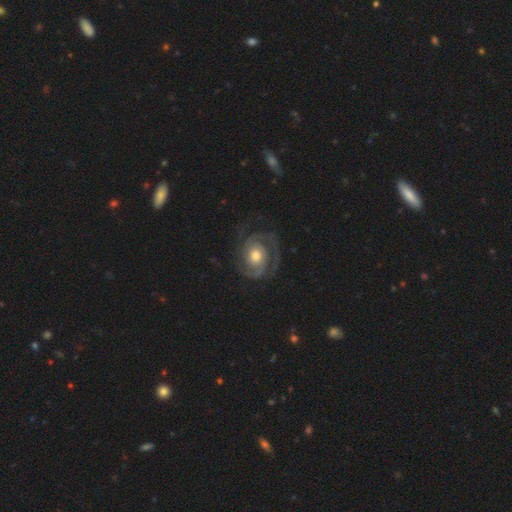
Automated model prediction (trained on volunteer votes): Overall: featured or disk (89%). Edge-on disk: no (98%). Bar: no (76%). Spiral arms: yes (97%). Spiral arm count: 2 (75%). Spiral winding: tight (59%; medium 34%). Bulge size: moderate (68%). Merging: none (75%).